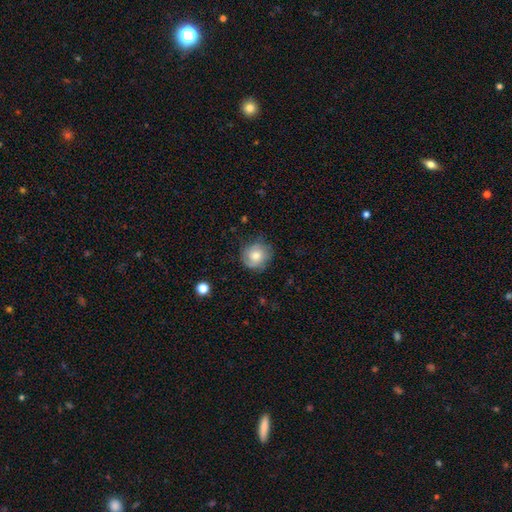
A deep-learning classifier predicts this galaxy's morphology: The model was most divided on "smooth or featured": smooth: 61%, featured or disk: 31%, star or artifact: 8%. More confident: how rounded — round (87%); merging — none (75%).